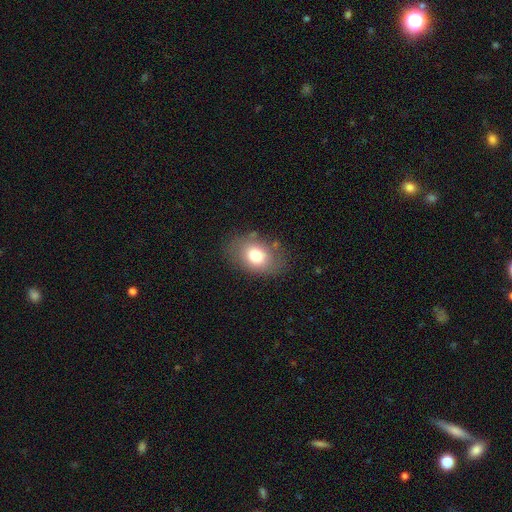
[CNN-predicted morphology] Smooth or featured? Predicted: smooth (p=0.75). How rounded? Predicted: in between (p=0.75). Merging? Predicted: none (p=0.79).